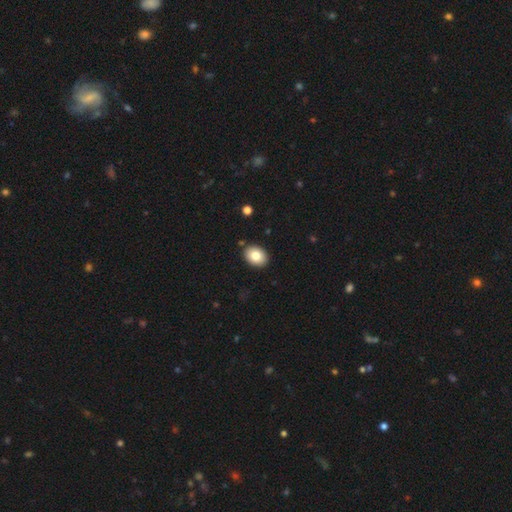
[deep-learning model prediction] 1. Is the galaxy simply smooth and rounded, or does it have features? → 82% smooth, 10% featured or disk, 8% star or artifact.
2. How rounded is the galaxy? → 66% in between, 33% round, 1% cigar-shaped.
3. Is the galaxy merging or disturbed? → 89% none, 8% minor disturbance, 2% merger, 2% major disturbance.